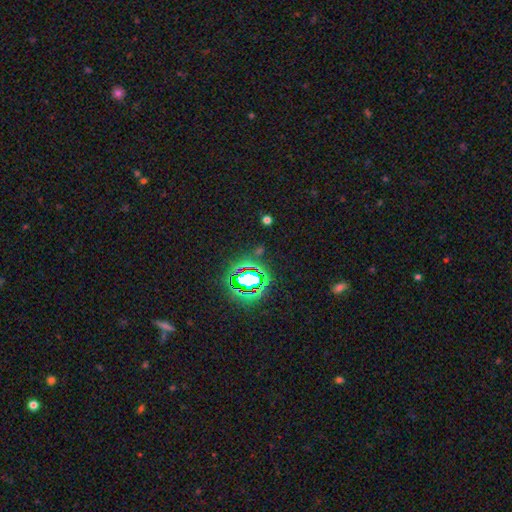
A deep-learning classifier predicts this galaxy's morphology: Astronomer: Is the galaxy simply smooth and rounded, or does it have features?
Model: star or artifact — 76%.